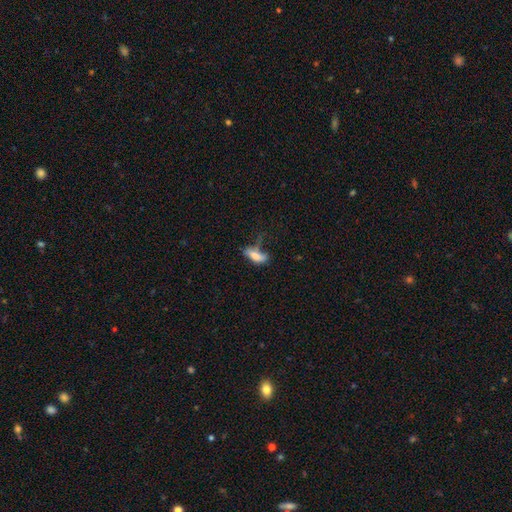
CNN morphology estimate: Smooth or featured?
  - smooth: 69% *
  - featured or disk: 21%
  - star or artifact: 10%
How rounded?
  - in between: 70% *
  - cigar-shaped: 26%
  - round: 3%
Merging?
  - major disturbance: 34% *
  - none: 28%
  - minor disturbance: 24%
  - merger: 14%